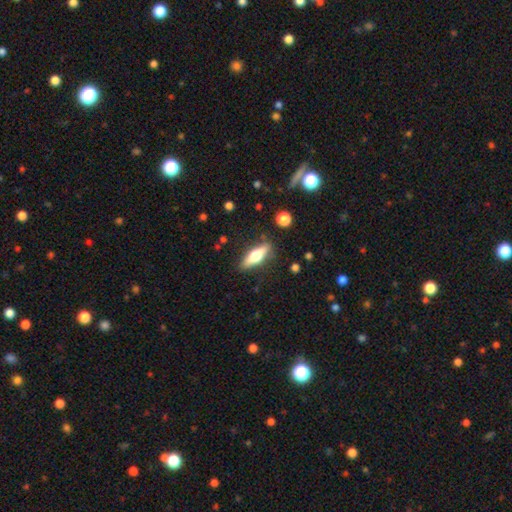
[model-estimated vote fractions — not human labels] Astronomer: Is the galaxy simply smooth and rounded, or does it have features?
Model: smooth — 53% (runner-up: featured or disk, 40%).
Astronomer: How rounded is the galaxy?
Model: cigar-shaped — 52% (runner-up: in between, 46%).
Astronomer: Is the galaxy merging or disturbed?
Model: none — 85%.